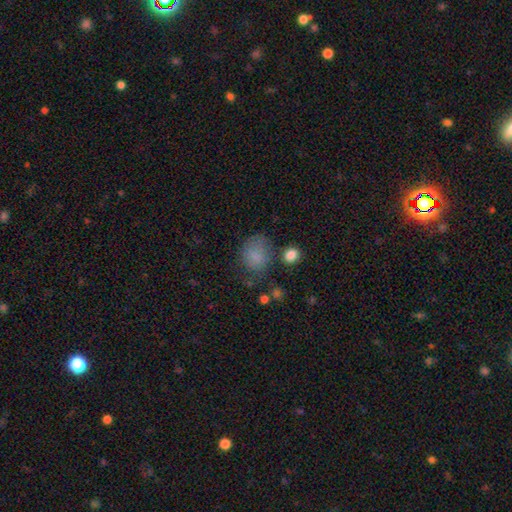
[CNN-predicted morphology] This appears to be a smooth galaxy with no disk features (79%) that is in between round and cigar-shaped (50%). Merging: none (59%).